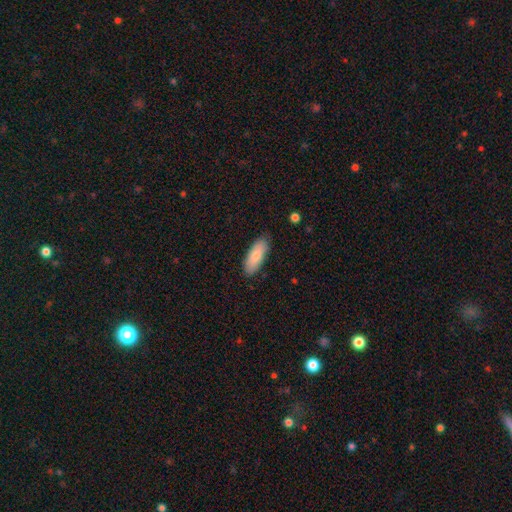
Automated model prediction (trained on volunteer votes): Overall: smooth (84%). How rounded: in between (72%). Merging: none (85%).